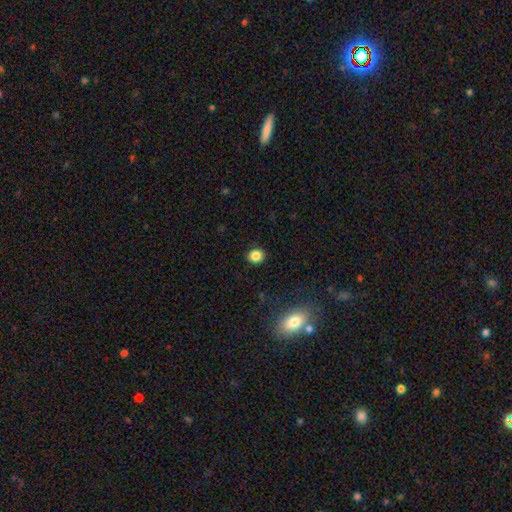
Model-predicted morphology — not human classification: The model was most divided on "how rounded": round: 84%, in between: 15%, cigar-shaped: 1%. More confident: merging — none (91%); smooth or featured — smooth (84%).